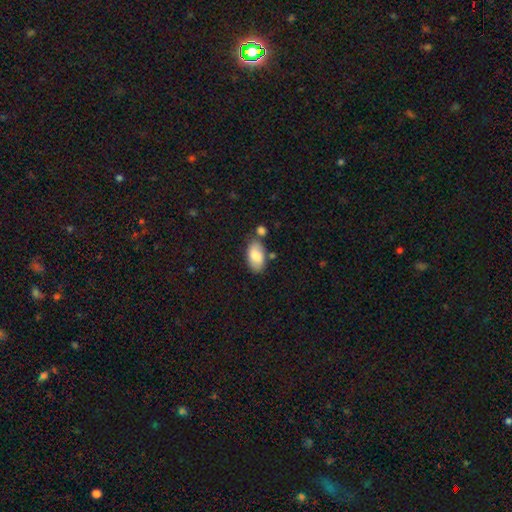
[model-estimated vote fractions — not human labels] smooth_or_featured: smooth (p=0.80) [alt: featured or disk p=0.14]
how_rounded: in between (p=0.95) [alt: round p=0.03]
merging: none (p=0.68) [alt: minor disturbance p=0.17]